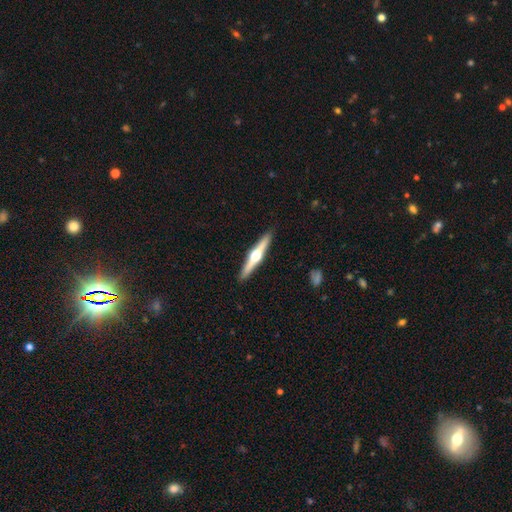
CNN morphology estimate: Smooth or featured? featured or disk (76%)
Edge-on disk? yes (98%)
Edge-on bulge? rounded (96%)
Merging? none (92%)